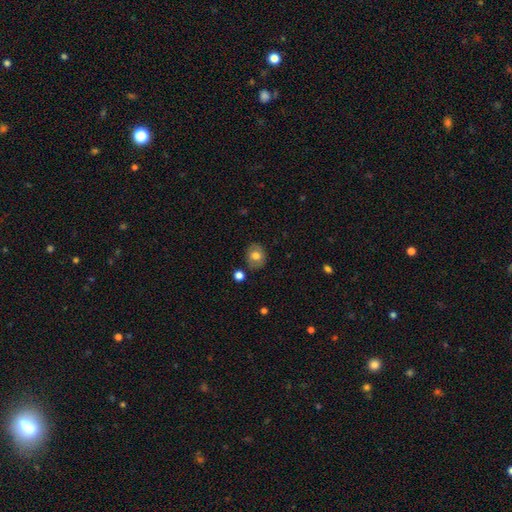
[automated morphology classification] smooth_or_featured: smooth (p=0.67) [alt: featured or disk p=0.25]
how_rounded: round (p=0.62) [alt: in between p=0.37]
merging: none (p=0.82) [alt: minor disturbance p=0.12]